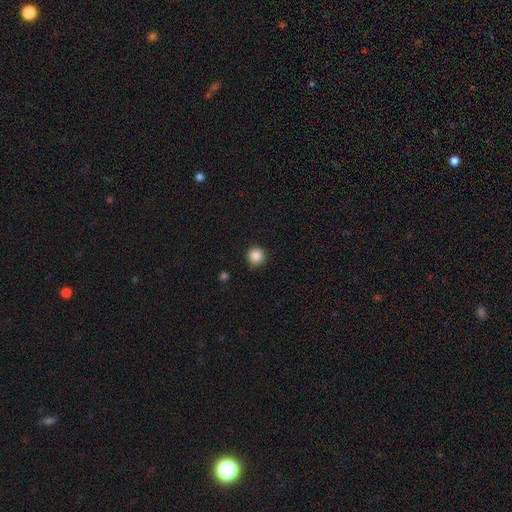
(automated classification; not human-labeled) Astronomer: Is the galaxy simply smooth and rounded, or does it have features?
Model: smooth — 87%.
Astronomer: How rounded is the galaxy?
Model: round — 95%.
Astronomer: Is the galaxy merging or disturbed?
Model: none — 88%.